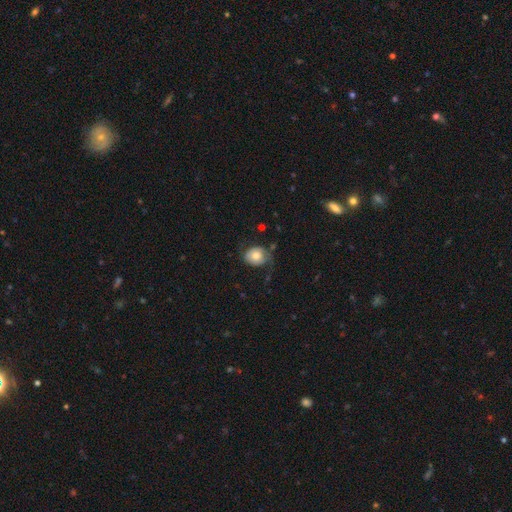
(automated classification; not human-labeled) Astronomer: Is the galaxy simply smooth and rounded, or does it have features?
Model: smooth — 63%.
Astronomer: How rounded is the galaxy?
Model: round — 58% (runner-up: in between, 41%).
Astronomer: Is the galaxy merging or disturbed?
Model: none — 53%.